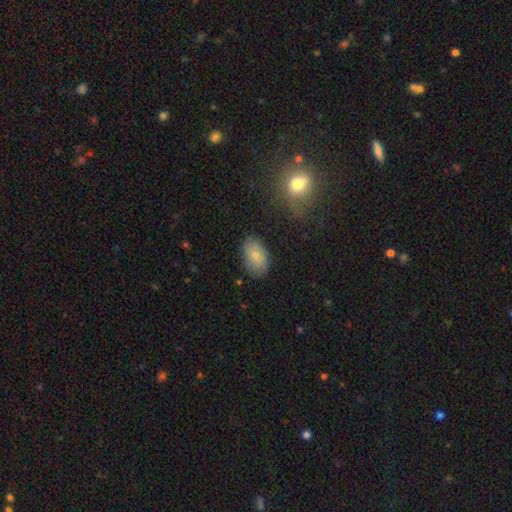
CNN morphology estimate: Overall: smooth (78%). How rounded: in between (92%). Merging: none (83%).